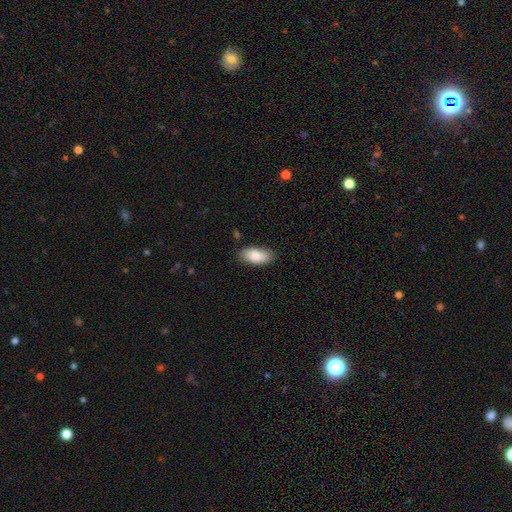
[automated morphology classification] Q: Smooth or featured?
A: smooth (87%); runner-up: featured or disk (7%)
Q: How rounded?
A: in between (91%); runner-up: cigar-shaped (7%)
Q: Merging?
A: none (81%); runner-up: minor disturbance (15%)